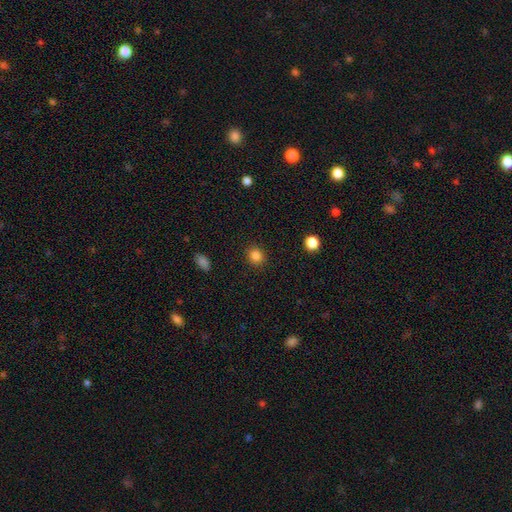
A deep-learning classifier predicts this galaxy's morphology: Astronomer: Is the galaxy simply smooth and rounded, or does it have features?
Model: smooth — 84%.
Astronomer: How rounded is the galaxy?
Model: round — 78%.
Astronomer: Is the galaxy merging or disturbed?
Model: none — 90%.